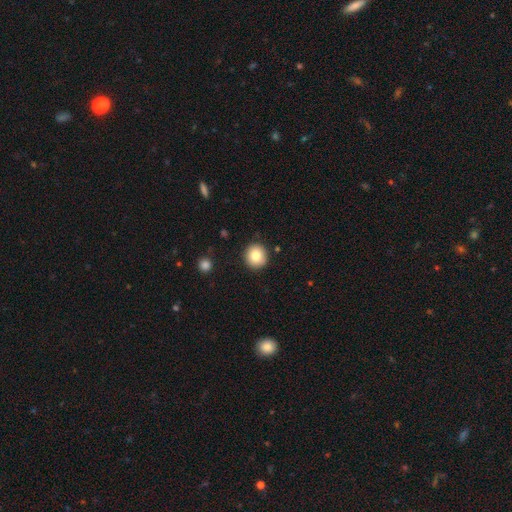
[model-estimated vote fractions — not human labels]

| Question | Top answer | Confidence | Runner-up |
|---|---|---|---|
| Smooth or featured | smooth | 82% | star or artifact (9%) |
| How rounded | round | 93% | in between (6%) |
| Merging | none | 90% | minor disturbance (6%) |